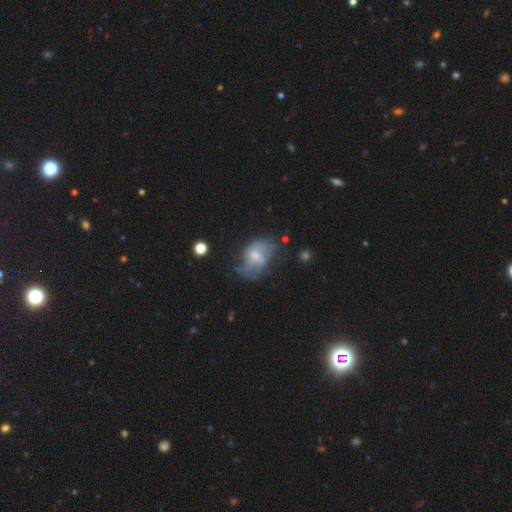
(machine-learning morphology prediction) A featured or disk galaxy (56%) with a weak bar (45%), spiral arms (55%) and a small central bulge (47%).

Vote fractions:
- Smooth or featured? featured or disk: 56% / smooth: 34% / star or artifact: 9%
- Edge-on disk? no: 95% / yes: 5%
- Bar? weak: 45% / no: 41% / strong: 14%
- Spiral arms? yes: 55% / no: 45%
- Bulge size? small: 47% / moderate: 37% / none: 12% / large: 4% / dominant: 1%
- Merging? none: 38% / minor disturbance: 29% / major disturbance: 28% / merger: 5%